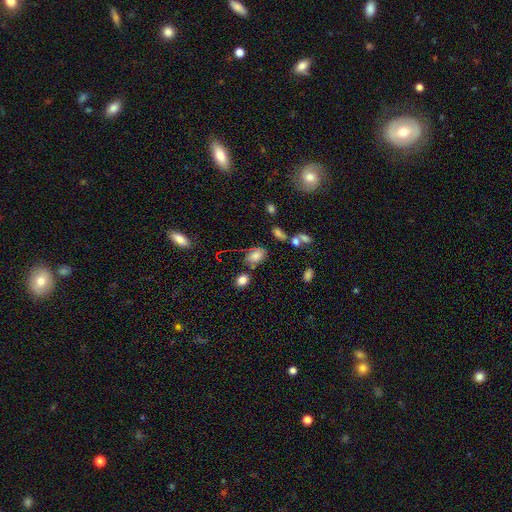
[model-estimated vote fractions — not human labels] Overall: smooth (74%). How rounded: in between (80%). Merging: none (56%; minor disturbance 23%).